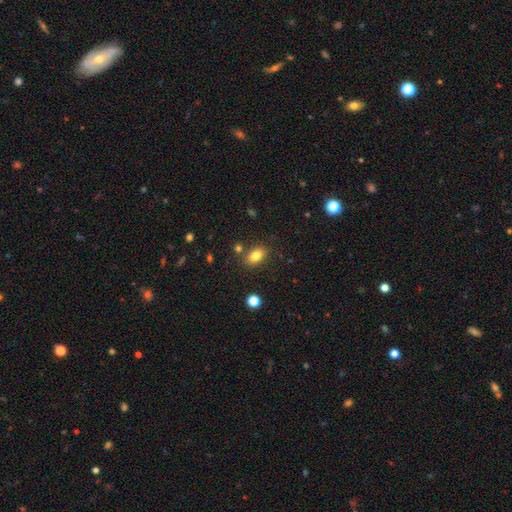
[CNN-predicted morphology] Smooth or featured?
  - smooth: 82% *
  - star or artifact: 10%
  - featured or disk: 8%
How rounded?
  - in between: 84% *
  - round: 14%
  - cigar-shaped: 2%
Merging?
  - none: 80% *
  - minor disturbance: 11%
  - merger: 6%
  - major disturbance: 3%